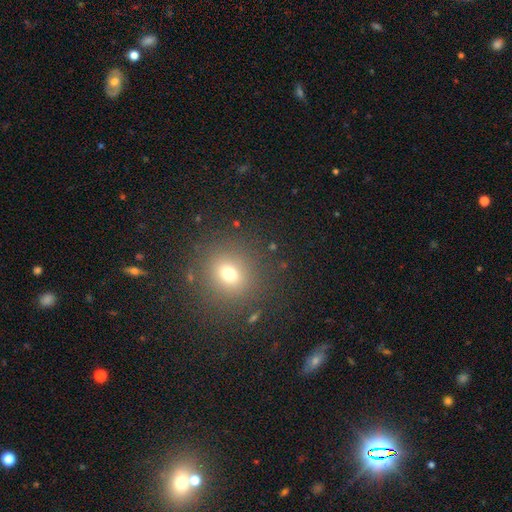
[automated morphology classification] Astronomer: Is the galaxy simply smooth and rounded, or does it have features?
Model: smooth — 59%.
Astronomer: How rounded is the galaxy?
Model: round — 89%.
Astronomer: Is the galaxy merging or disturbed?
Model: none — 90%.